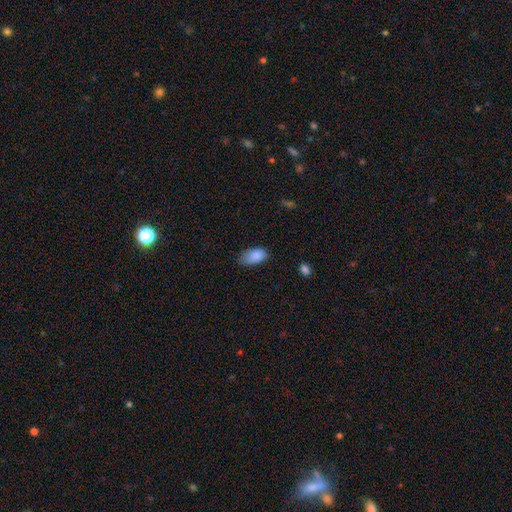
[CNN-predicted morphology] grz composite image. It shows a smooth galaxy with no disk features (87%) that is in between round and cigar-shaped (93%). Merging: none (60%).